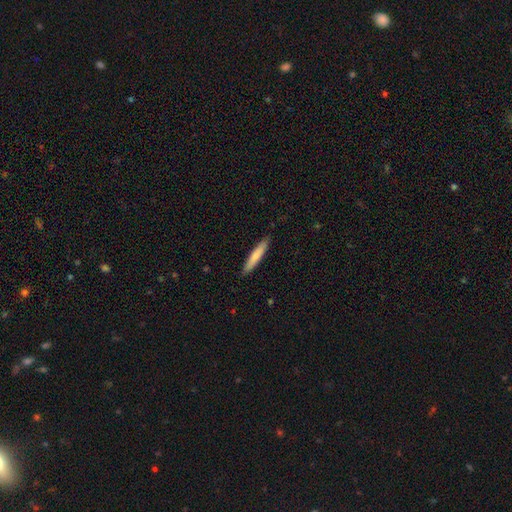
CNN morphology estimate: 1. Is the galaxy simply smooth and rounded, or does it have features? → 76% smooth, 19% featured or disk, 5% star or artifact.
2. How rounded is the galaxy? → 92% cigar-shaped, 7% in between, 1% round.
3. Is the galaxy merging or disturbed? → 89% none, 8% minor disturbance, 1% major disturbance, 1% merger.